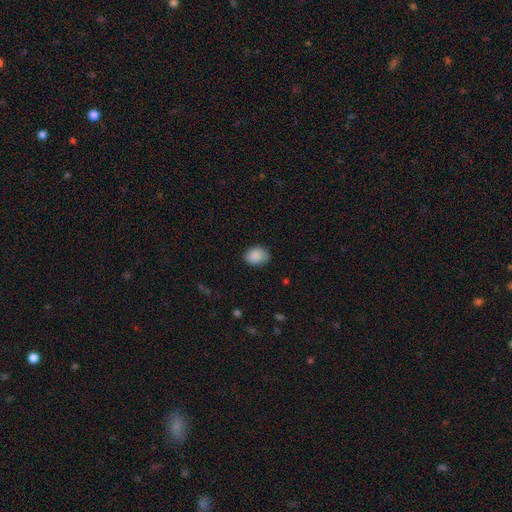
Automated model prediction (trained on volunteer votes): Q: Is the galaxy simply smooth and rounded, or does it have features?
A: smooth — 88%.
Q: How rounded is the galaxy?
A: in between — 64%.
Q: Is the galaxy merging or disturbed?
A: none — 75%.